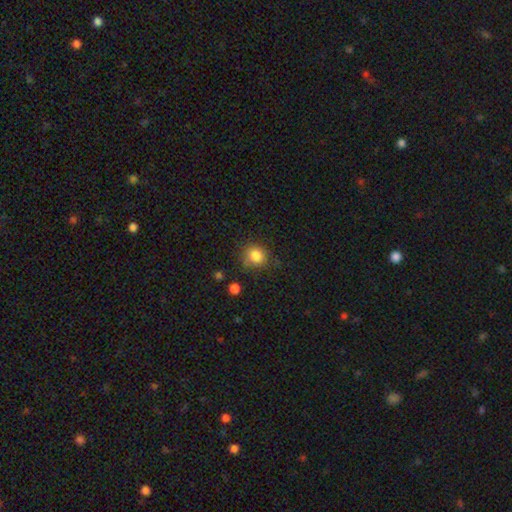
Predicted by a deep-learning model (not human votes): Smooth or featured? smooth (84%)
How rounded? round (84%)
Merging? none (77%)